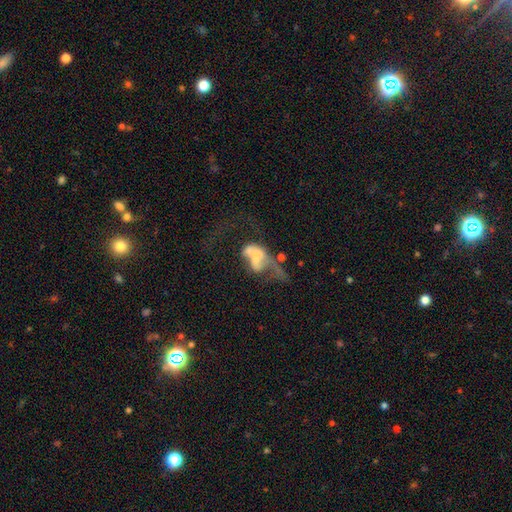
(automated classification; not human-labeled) Q: Smooth or featured?
A: featured or disk (51%); runner-up: smooth (38%)
Q: Edge-on disk?
A: no (95%); runner-up: yes (5%)
Q: Merging?
A: merger (42%); runner-up: major disturbance (38%)